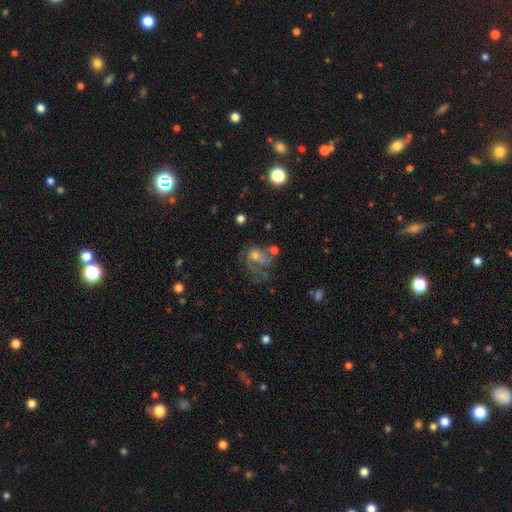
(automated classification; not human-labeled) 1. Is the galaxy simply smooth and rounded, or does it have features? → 58% featured or disk, 29% smooth, 13% star or artifact.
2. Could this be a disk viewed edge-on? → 97% no, 3% yes.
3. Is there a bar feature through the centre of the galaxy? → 77% no, 20% weak, 3% strong.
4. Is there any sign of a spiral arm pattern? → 66% yes, 34% no.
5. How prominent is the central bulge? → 52% moderate, 32% small, 7% large, 7% none, 2% dominant.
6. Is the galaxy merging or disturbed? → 40% major disturbance, 30% none, 18% minor disturbance, 11% merger.